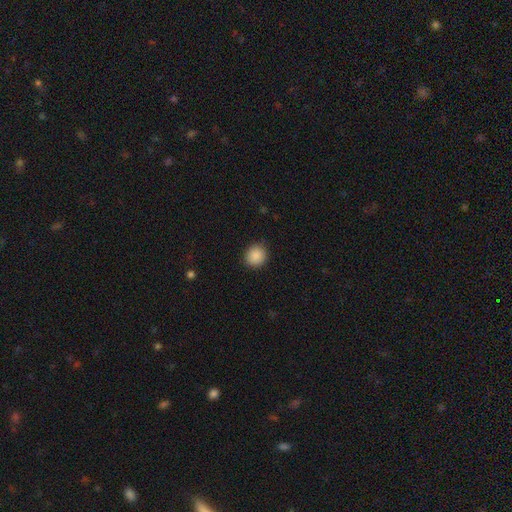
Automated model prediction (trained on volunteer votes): Smooth or featured? smooth (89%)
How rounded? round (85%)
Merging? none (88%)